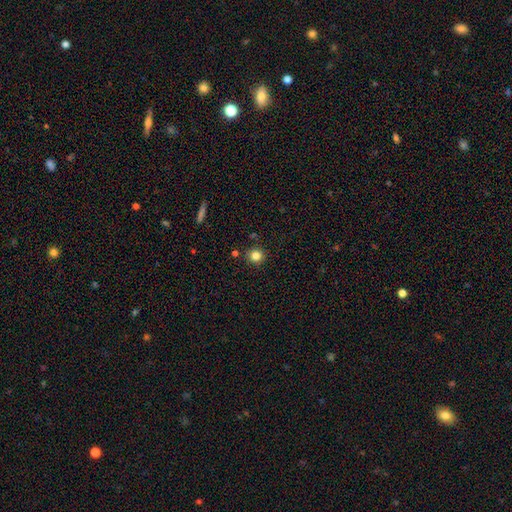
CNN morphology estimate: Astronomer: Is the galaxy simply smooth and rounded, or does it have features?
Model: smooth — 83%.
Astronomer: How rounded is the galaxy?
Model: round — 92%.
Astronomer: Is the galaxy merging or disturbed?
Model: none — 88%.